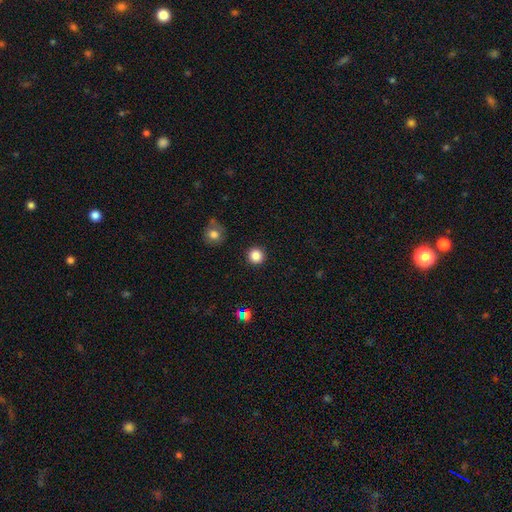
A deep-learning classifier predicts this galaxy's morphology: smooth-or-featured: smooth: 86% | star or artifact: 11% | featured or disk: 4%
  how-rounded: round: 95% | in between: 4% | cigar-shaped: 1%
  merging: none: 92% | minor disturbance: 5% | major disturbance: 2% | merger: 1%